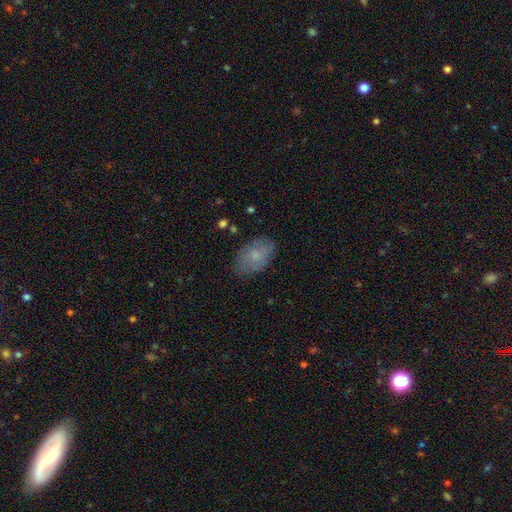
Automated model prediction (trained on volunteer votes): This appears to be a smooth galaxy with no disk features (72%) that is in between round and cigar-shaped (89%). Merging: none (79%).